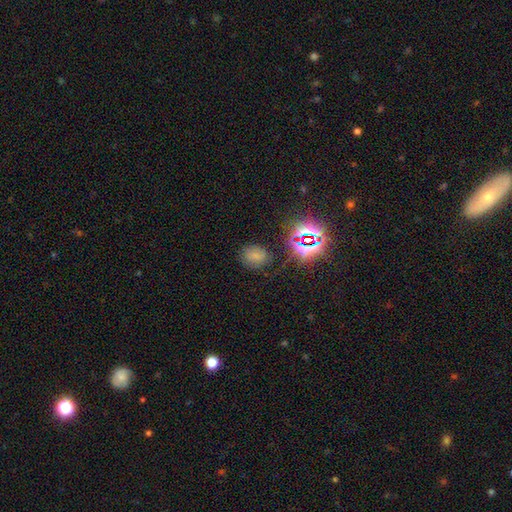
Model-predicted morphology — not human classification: smooth_or_featured: smooth (p=0.63) [alt: star or artifact p=0.27]
how_rounded: in between (p=0.55) [alt: round p=0.44]
merging: none (p=0.75) [alt: minor disturbance p=0.16]